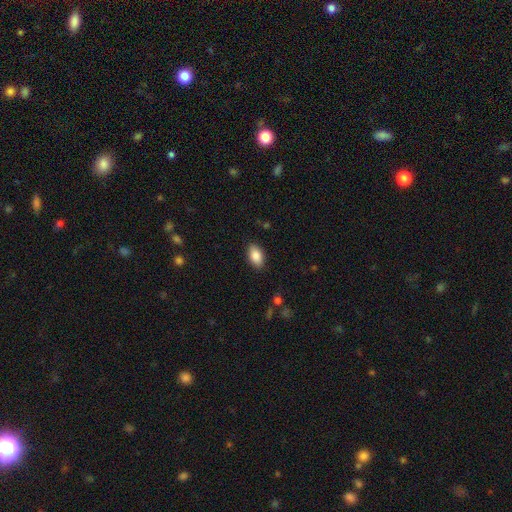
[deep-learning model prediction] A smooth galaxy with no disk features (87%) that is in between round and cigar-shaped (93%).

Vote fractions:
- Smooth or featured? smooth: 87% / star or artifact: 7% / featured or disk: 6%
- How rounded? in between: 93% / round: 5% / cigar-shaped: 2%
- Merging? none: 88% / minor disturbance: 9% / major disturbance: 2% / merger: 1%